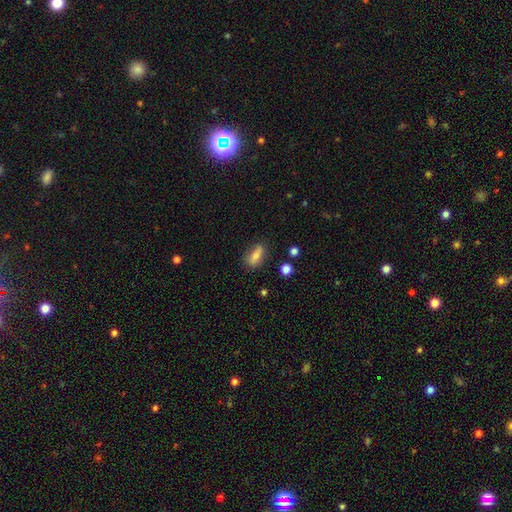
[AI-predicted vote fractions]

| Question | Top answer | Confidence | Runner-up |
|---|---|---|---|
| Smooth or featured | smooth | 73% | featured or disk (18%) |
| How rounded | in between | 71% | cigar-shaped (22%) |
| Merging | none | 74% | minor disturbance (19%) |